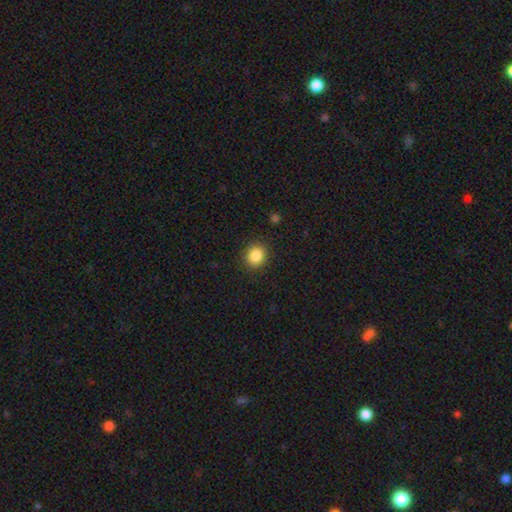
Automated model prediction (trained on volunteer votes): Smooth or featured? Predicted: smooth (p=0.86). How rounded? Predicted: round (p=0.80). Merging? Predicted: none (p=0.89).